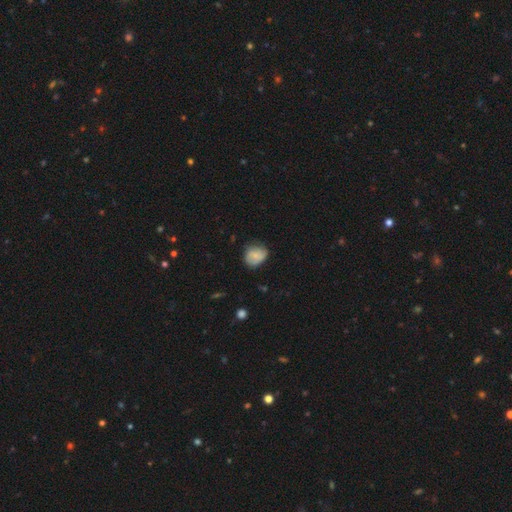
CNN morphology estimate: Smooth or featured?
  - smooth: 65% *
  - featured or disk: 27%
  - star or artifact: 8%
How rounded?
  - round: 62% *
  - in between: 37%
  - cigar-shaped: 1%
Merging?
  - none: 58% *
  - minor disturbance: 32%
  - major disturbance: 9%
  - merger: 2%